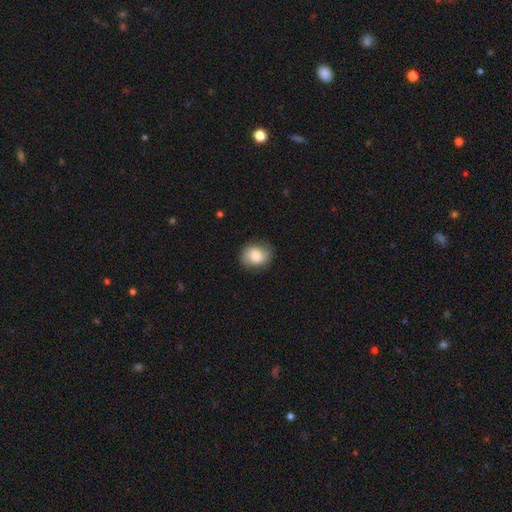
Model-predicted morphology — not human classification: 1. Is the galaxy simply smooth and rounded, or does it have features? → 74% smooth, 18% featured or disk, 8% star or artifact.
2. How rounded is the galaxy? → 57% round, 42% in between, 1% cigar-shaped.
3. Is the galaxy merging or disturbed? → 78% none, 16% minor disturbance, 4% major disturbance, 1% merger.